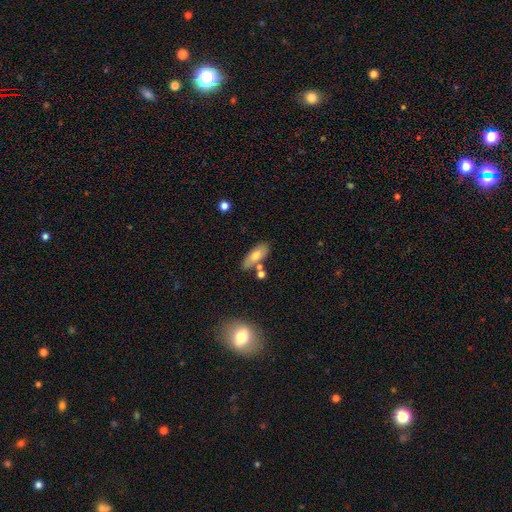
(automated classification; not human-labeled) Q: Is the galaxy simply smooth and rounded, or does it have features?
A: smooth — 71%.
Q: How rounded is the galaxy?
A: in between — 76%.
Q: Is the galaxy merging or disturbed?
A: none — 70%.